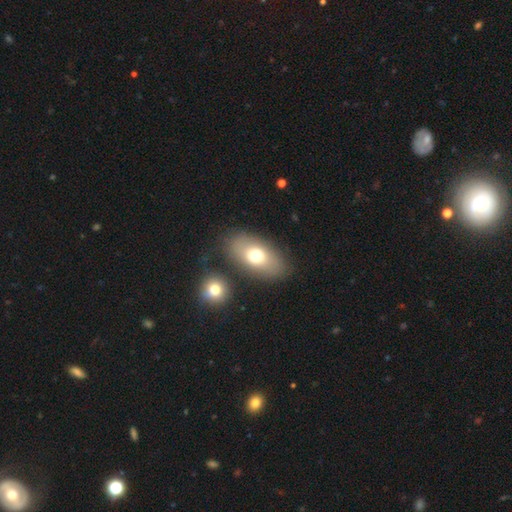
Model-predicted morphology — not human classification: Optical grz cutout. It shows a smooth galaxy with no disk features (68%) that is in between round and cigar-shaped (88%). Merging: none (74%).